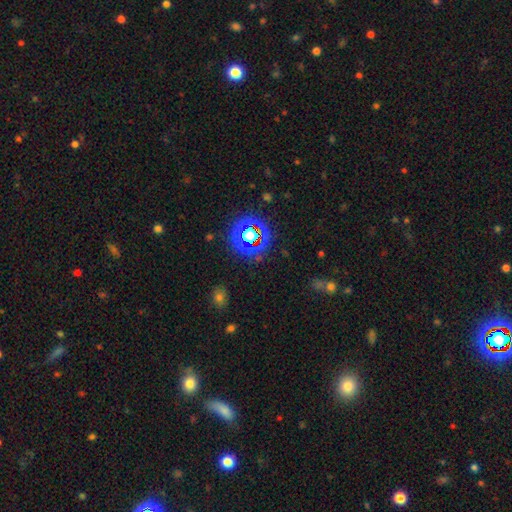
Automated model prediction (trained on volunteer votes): A star or artifact, not a galaxy (68%).

Vote fractions:
- Smooth or featured? star or artifact: 68% / smooth: 21% / featured or disk: 10%